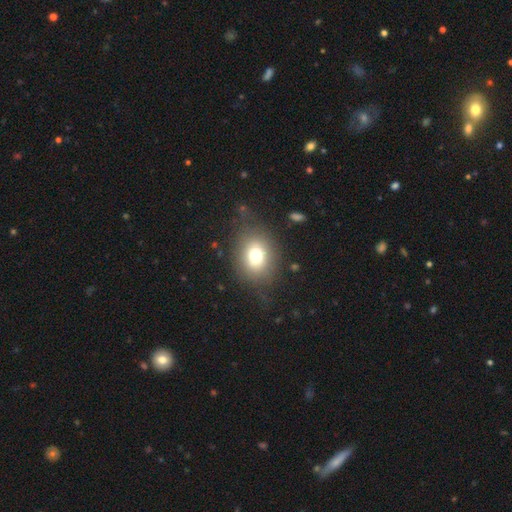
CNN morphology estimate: smooth_or_featured: smooth (p=0.72) [alt: featured or disk p=0.15]
how_rounded: round (p=0.51) [alt: in between p=0.48]
merging: none (p=0.73) [alt: minor disturbance p=0.16]